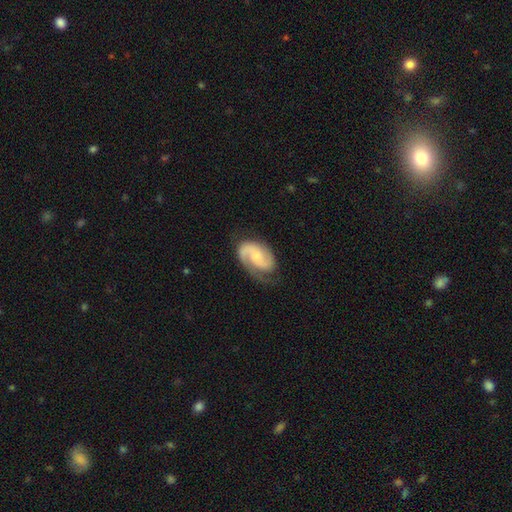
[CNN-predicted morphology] featured or disk 80%, smooth 15%, star or artifact 5%. Down the decision tree: edge-on disk — no (97%); bar — no (57%); spiral arms — yes (96%); spiral arm count — 2 (81%); spiral winding — medium (47%); bulge size — small (50%); merging — none (65%).